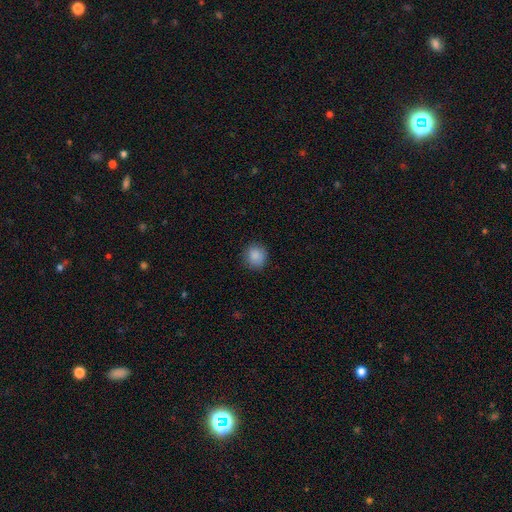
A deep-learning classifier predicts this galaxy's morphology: A smooth galaxy with no disk features (88%) that is round (90%). Merging: none (87%).